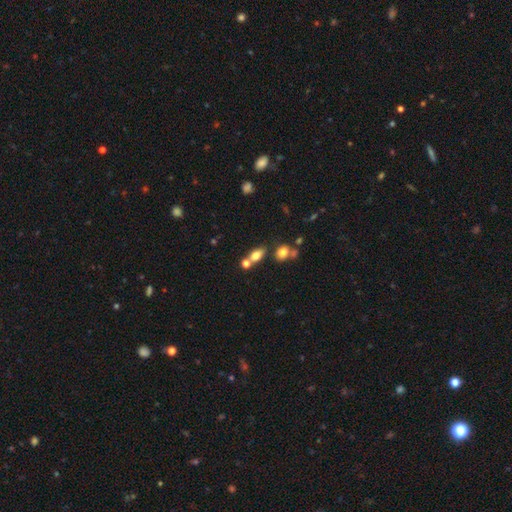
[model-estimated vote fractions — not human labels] A smooth galaxy with no disk features (75%) that is in between round and cigar-shaped (75%).

Vote fractions:
- Smooth or featured? smooth: 75% / featured or disk: 14% / star or artifact: 12%
- How rounded? in between: 75% / round: 19% / cigar-shaped: 6%
- Merging? none: 54% / merger: 30% / minor disturbance: 11% / major disturbance: 5%